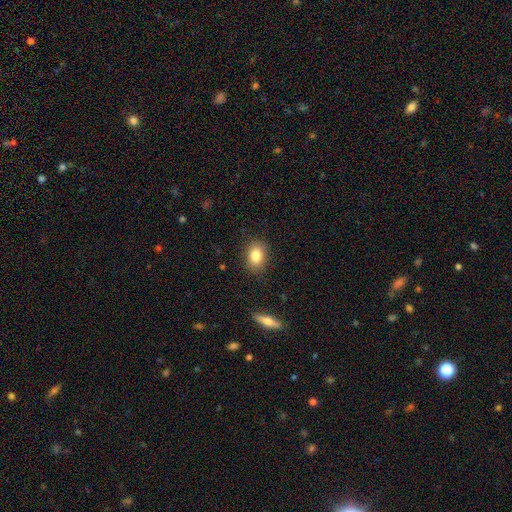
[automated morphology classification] smooth 82%, star or artifact 9%, featured or disk 8%. Down the decision tree: how rounded — in between (67%); merging — none (85%).